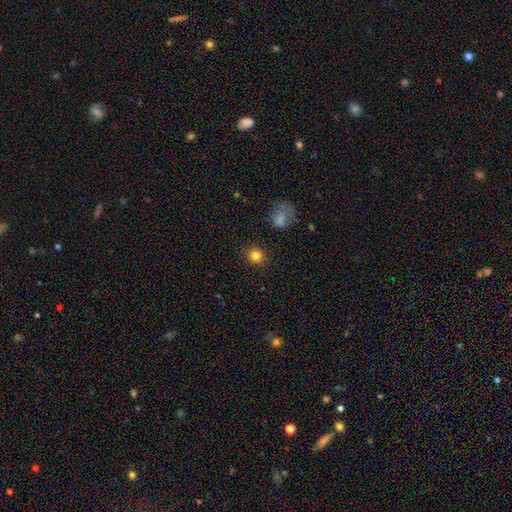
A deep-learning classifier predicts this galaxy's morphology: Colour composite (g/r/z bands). It shows a smooth galaxy with no disk features (83%) that is round (87%). Merging: none (89%).